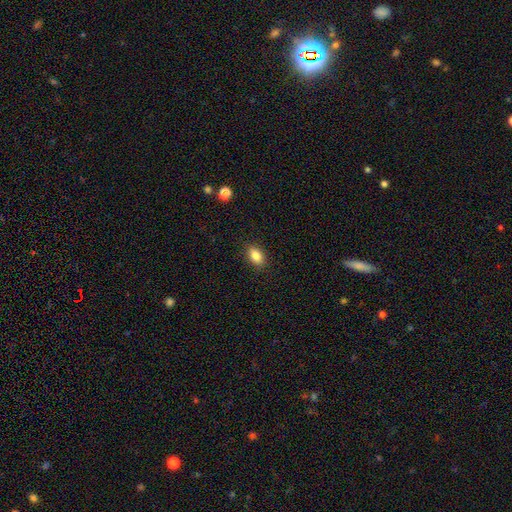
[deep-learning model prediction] This is clearly a smooth galaxy (86%). How rounded: clearly in between (89%). Merging: clearly none (89%).